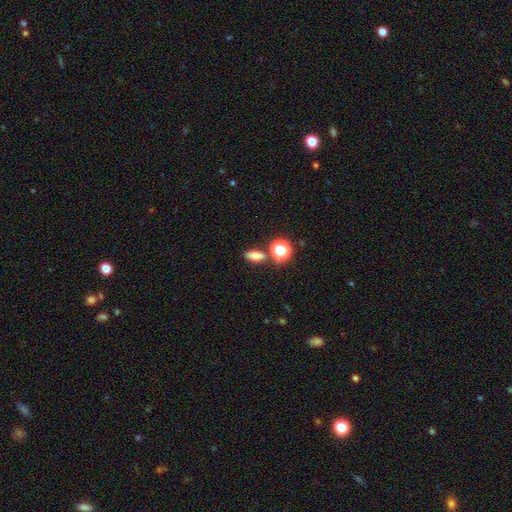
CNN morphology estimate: smooth-or-featured: smooth: 73% | star or artifact: 16% | featured or disk: 11%
  how-rounded: in between: 61% | cigar-shaped: 20% | round: 19%
  merging: none: 79% | minor disturbance: 10% | merger: 9% | major disturbance: 3%